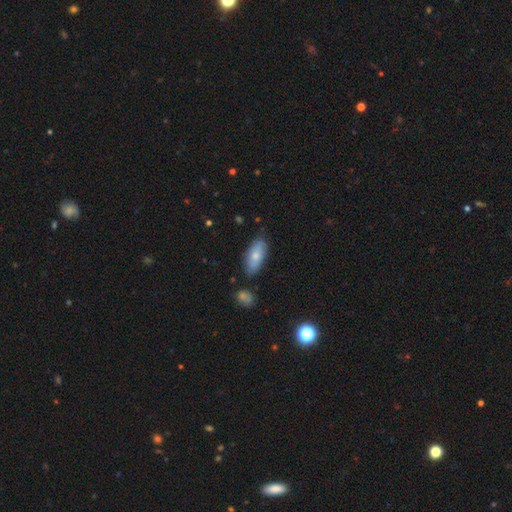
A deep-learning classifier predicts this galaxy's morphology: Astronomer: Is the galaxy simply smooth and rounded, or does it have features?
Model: smooth — 69%.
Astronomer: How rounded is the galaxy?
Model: in between — 87%.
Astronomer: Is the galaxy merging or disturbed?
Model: none — 76%.